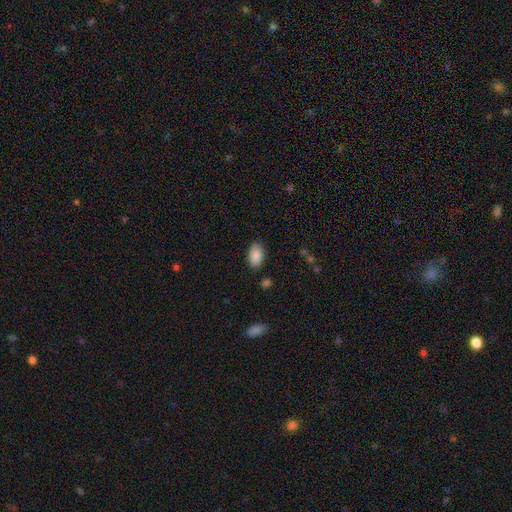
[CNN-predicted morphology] Smooth or featured: smooth — 88% (star or artifact — 7%)
How rounded: in between — 93% (round — 5%)
Merging: none — 84% (minor disturbance — 12%)